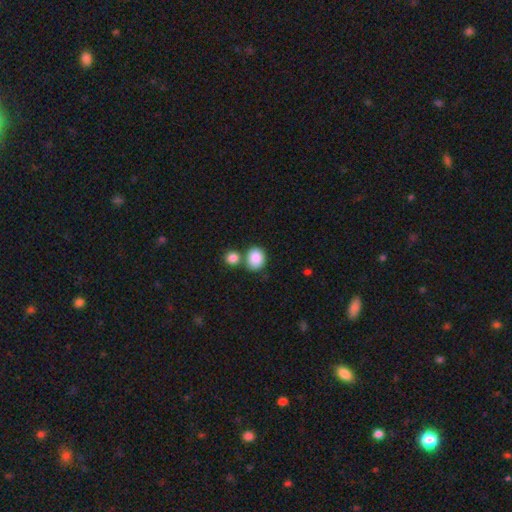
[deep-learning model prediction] smooth_or_featured: smooth (p=0.87) [alt: star or artifact p=0.08]
how_rounded: round (p=0.62) [alt: in between p=0.37]
merging: none (p=0.58) [alt: merger p=0.28]